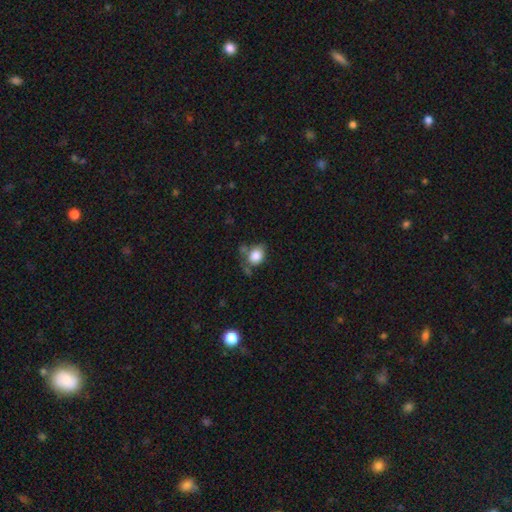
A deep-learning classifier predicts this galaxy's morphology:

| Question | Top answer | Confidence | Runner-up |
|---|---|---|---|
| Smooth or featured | smooth | 83% | star or artifact (9%) |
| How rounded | in between | 52% | round (47%) |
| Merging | none | 51% | minor disturbance (25%) |